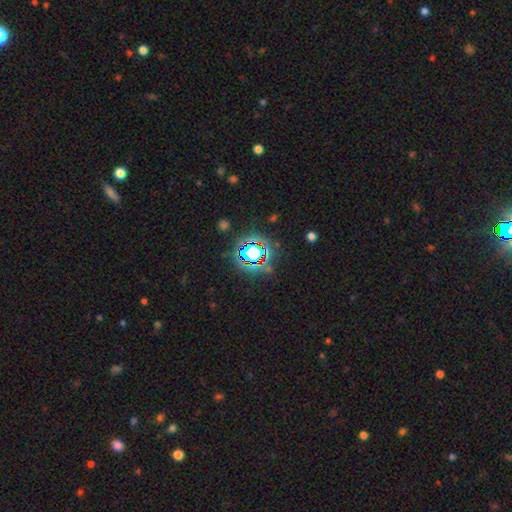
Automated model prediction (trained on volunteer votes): Morphology: type=star or artifact (69%).